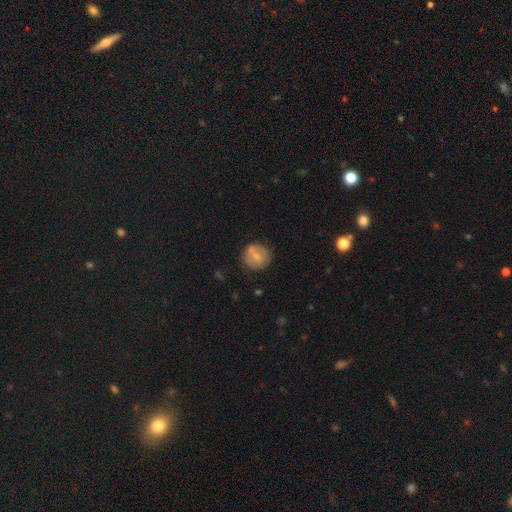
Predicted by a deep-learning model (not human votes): Smooth or featured? smooth (63%)
How rounded? round (88%)
Merging? none (67%)